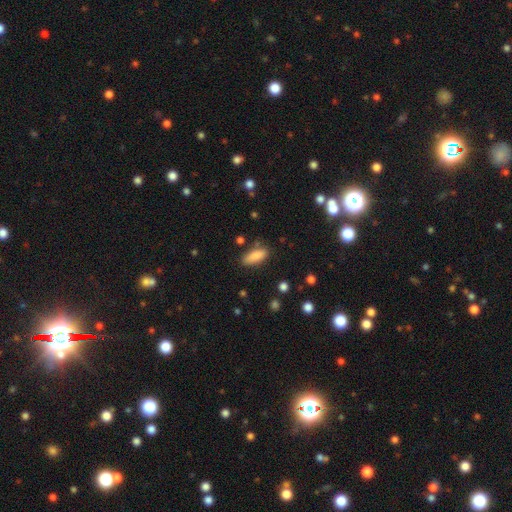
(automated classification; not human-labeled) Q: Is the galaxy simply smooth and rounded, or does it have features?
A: smooth — 86%.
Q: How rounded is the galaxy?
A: in between — 76%.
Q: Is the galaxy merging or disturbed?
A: none — 79%.